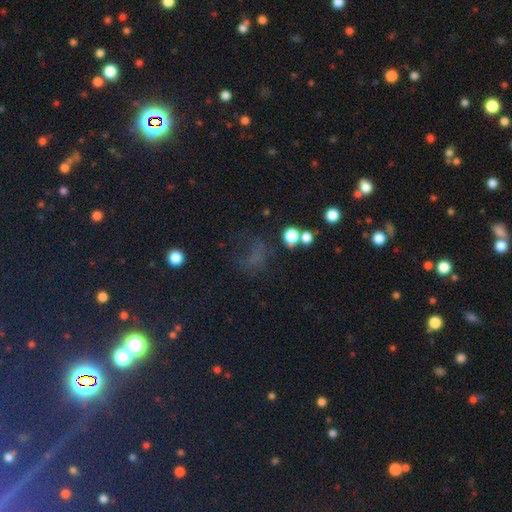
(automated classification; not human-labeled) A smooth galaxy with no disk features (44%). Merging: none (45%).